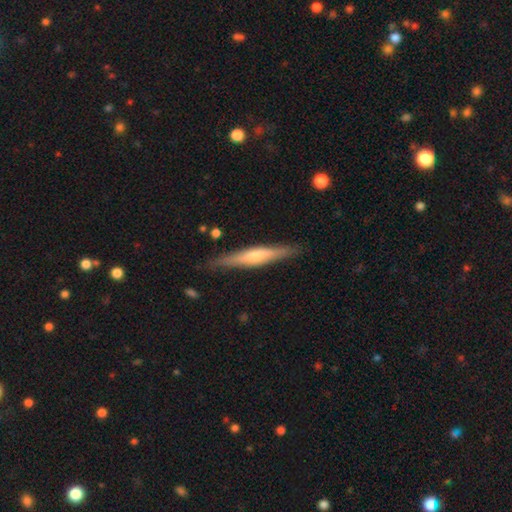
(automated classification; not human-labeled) This appears to be a featured or disk galaxy (60%) viewed edge-on (95%) with a rounded central bulge (76%). Merging: none (87%).